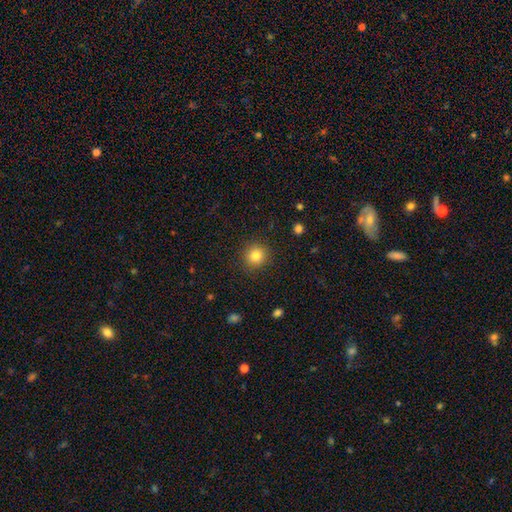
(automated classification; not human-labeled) smooth 83%, star or artifact 11%, featured or disk 6%. Down the decision tree: how rounded — round (91%); merging — none (90%).